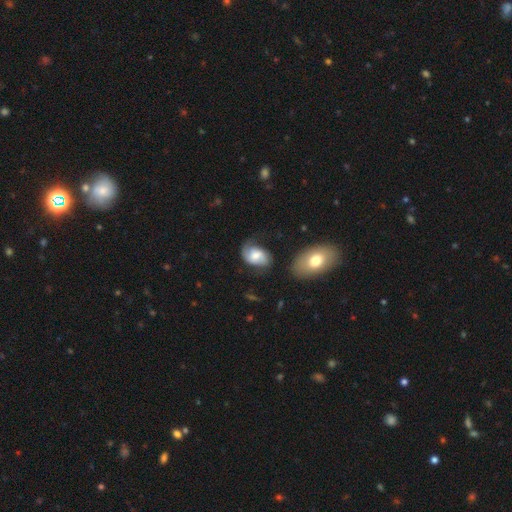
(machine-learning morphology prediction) Q: Smooth or featured?
A: featured or disk (49%); runner-up: smooth (43%)
Q: Merging?
A: none (47%); runner-up: minor disturbance (29%)